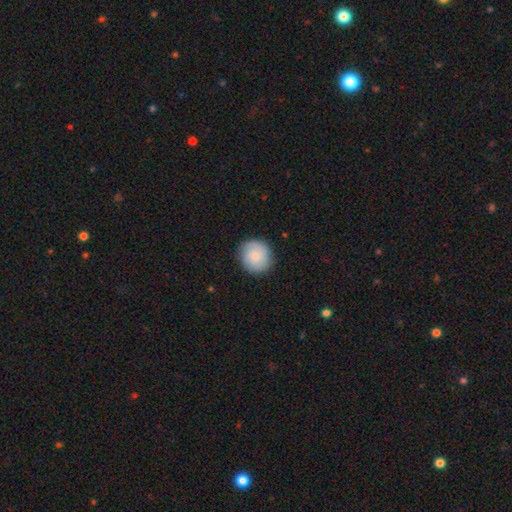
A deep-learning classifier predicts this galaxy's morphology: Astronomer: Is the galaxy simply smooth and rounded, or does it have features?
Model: smooth — 80%.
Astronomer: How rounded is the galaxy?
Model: round — 89%.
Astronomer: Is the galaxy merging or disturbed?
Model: none — 87%.